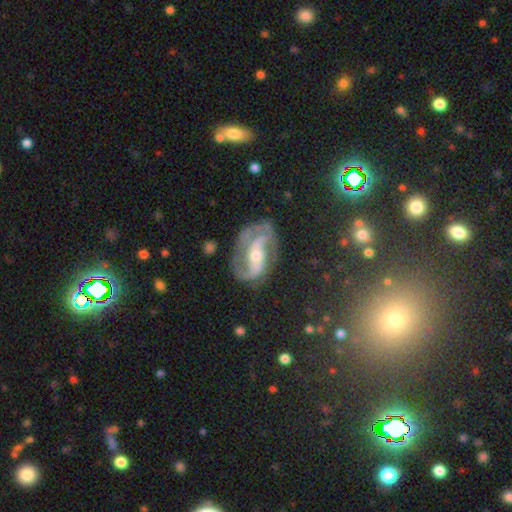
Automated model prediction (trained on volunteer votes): This appears to be a featured or disk galaxy (85%) with a strong bar (37%), 2 (82%) medium (47%) spiral arms (95%) and a moderate central bulge (48%). Merging: none (63%).